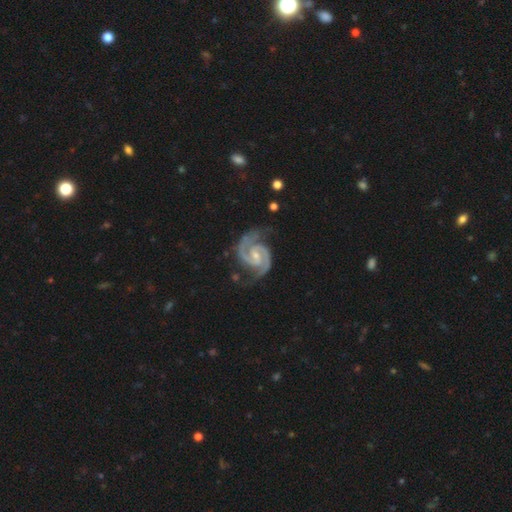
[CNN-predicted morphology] featured or disk 94%, star or artifact 3%, smooth 2%. Down the decision tree: edge-on disk — no (98%); bar — weak (47%); spiral arms — yes (99%); spiral arm count — 2 (93%); spiral winding — medium (55%); bulge size — small (60%); merging — none (73%).